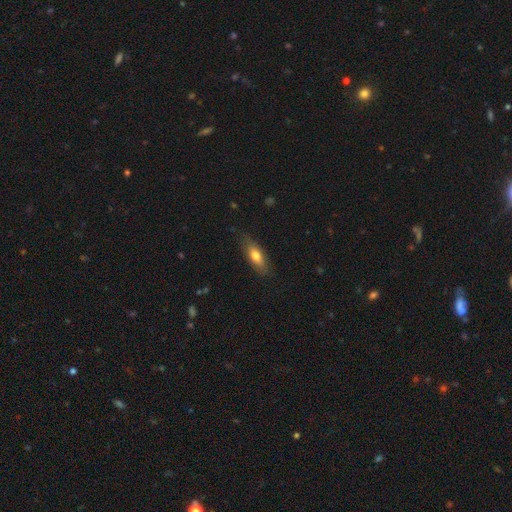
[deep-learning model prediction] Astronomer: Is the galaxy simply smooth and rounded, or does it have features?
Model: smooth — 71%.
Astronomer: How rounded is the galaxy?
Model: in between — 64%.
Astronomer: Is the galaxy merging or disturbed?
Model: none — 79%.